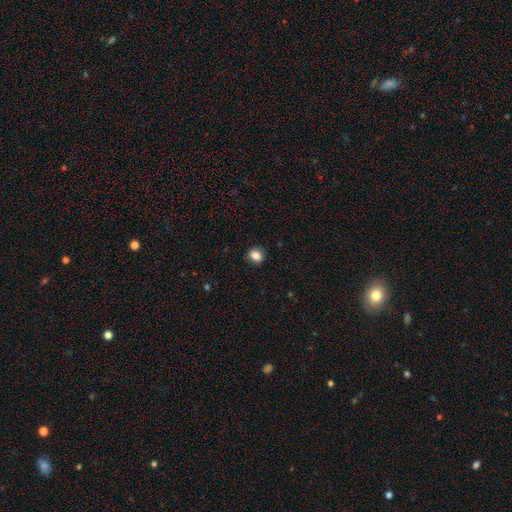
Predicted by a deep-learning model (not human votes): Smooth or featured?
  - smooth: 85% *
  - star or artifact: 10%
  - featured or disk: 4%
How rounded?
  - round: 76% *
  - in between: 23%
  - cigar-shaped: 1%
Merging?
  - none: 89% *
  - minor disturbance: 8%
  - major disturbance: 2%
  - merger: 1%